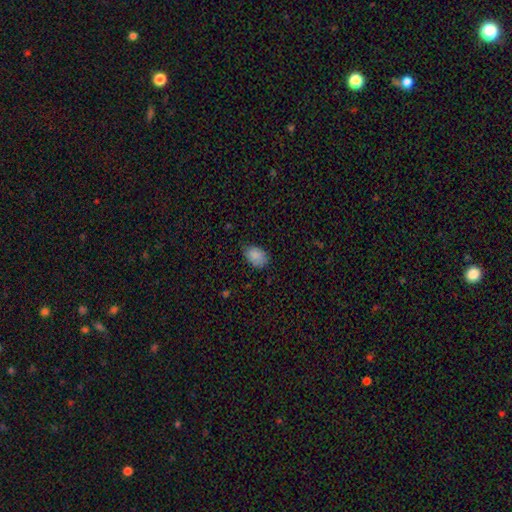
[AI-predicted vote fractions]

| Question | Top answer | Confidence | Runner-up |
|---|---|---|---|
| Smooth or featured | smooth | 87% | star or artifact (8%) |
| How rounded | in between | 83% | round (16%) |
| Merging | none | 71% | minor disturbance (24%) |